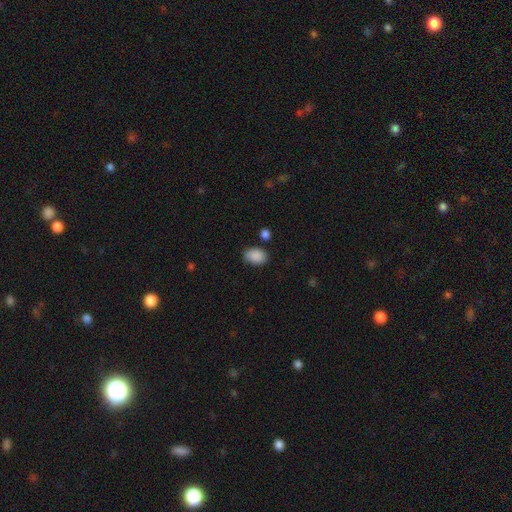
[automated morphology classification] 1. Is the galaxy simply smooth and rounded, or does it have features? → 89% smooth, 8% star or artifact, 4% featured or disk.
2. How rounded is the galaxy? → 83% in between, 16% round, 1% cigar-shaped.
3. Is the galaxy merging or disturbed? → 76% none, 17% minor disturbance, 4% merger, 4% major disturbance.